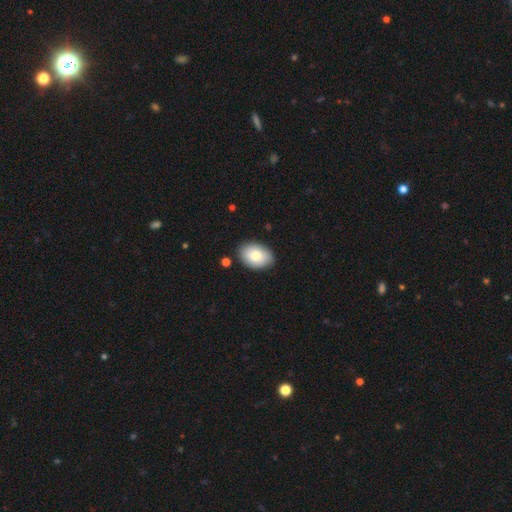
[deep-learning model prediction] Smooth or featured? smooth (81%)
How rounded? in between (86%)
Merging? none (86%)